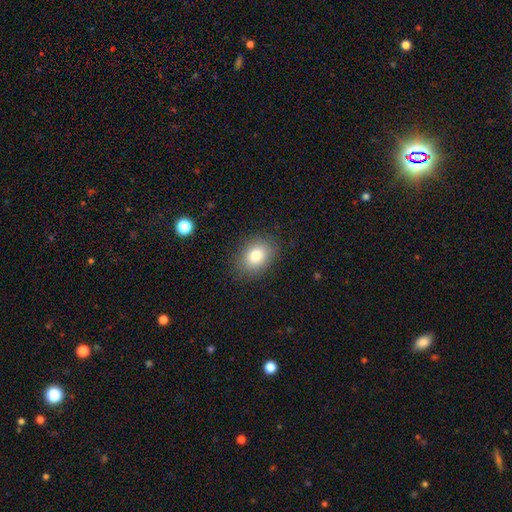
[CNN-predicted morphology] smooth 79%, star or artifact 11%, featured or disk 10%. Down the decision tree: how rounded — in between (65%); merging — none (86%).